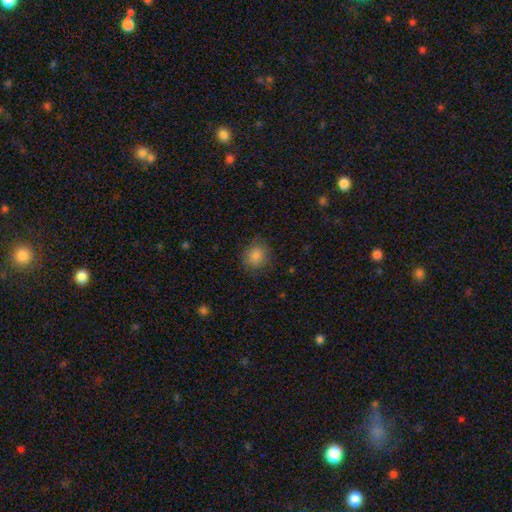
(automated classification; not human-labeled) Smooth or featured? smooth (86%)
How rounded? round (78%)
Merging? none (81%)